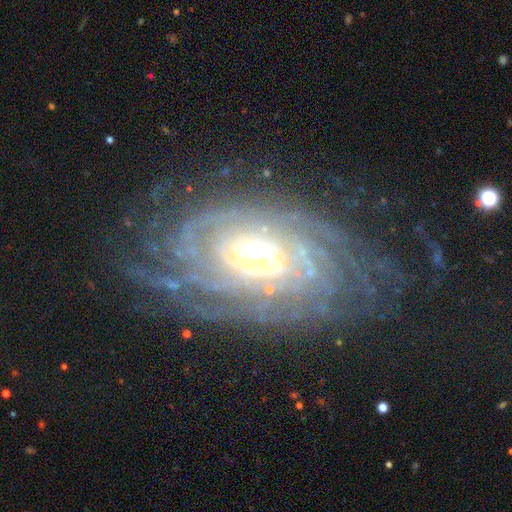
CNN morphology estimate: featured or disk 86%, smooth 8%, star or artifact 6%. Down the decision tree: edge-on disk — no (93%); bar — no (55%); spiral arms — yes (92%); spiral arm count — can't tell (40%); spiral winding — tight (71%); bulge size — moderate (55%); merging — none (68%).